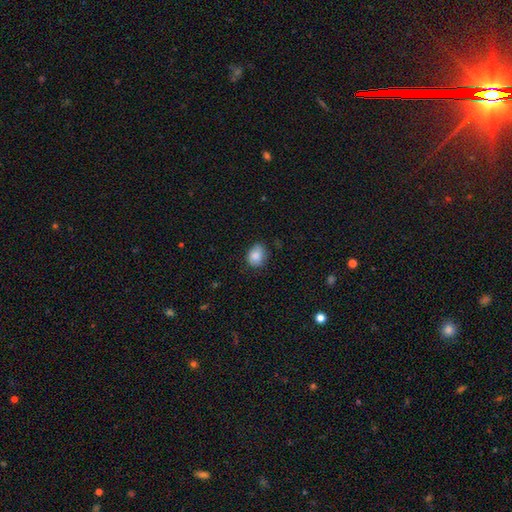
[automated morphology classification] The model was most divided on "how rounded": in between: 56%, round: 43%, cigar-shaped: 1%. More confident: smooth or featured — smooth (85%); merging — none (68%).